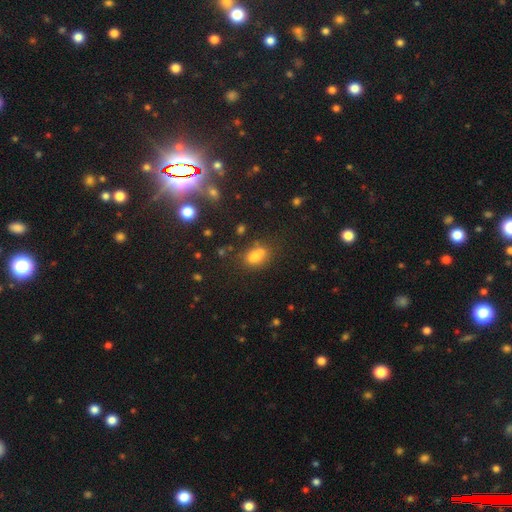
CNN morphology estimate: Smooth or featured?
  - smooth: 70% *
  - star or artifact: 15%
  - featured or disk: 15%
How rounded?
  - in between: 73% *
  - round: 24%
  - cigar-shaped: 3%
Merging?
  - none: 51% *
  - merger: 24%
  - minor disturbance: 18%
  - major disturbance: 7%